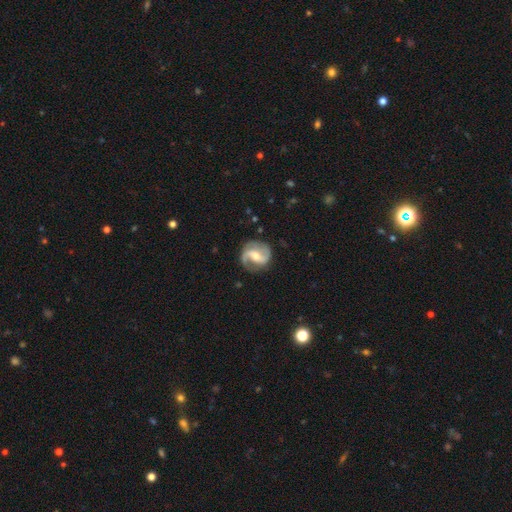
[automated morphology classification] A featured or disk galaxy (87%) with a weak bar (42%), 2 (90%) medium (49%) spiral arms (96%) and a moderate central bulge (53%). Merging: none (80%).